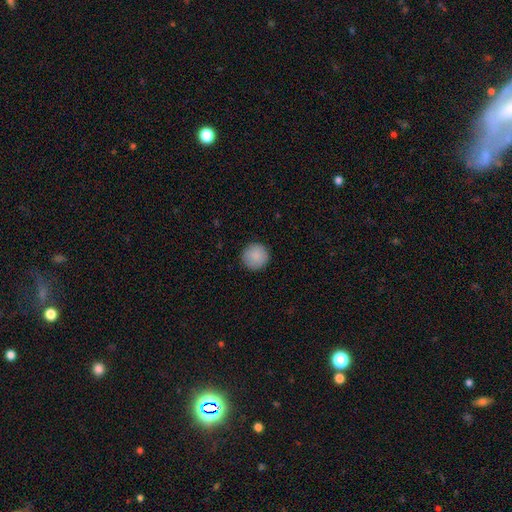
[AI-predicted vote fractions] A smooth galaxy with no disk features (89%) that is round (96%). Merging: none (91%).